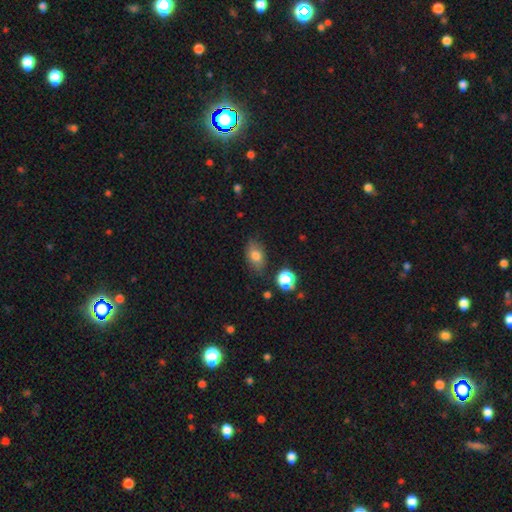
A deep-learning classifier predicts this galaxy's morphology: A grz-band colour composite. It shows a smooth galaxy with no disk features (76%) that is in between round and cigar-shaped (82%). Merging: none (76%).